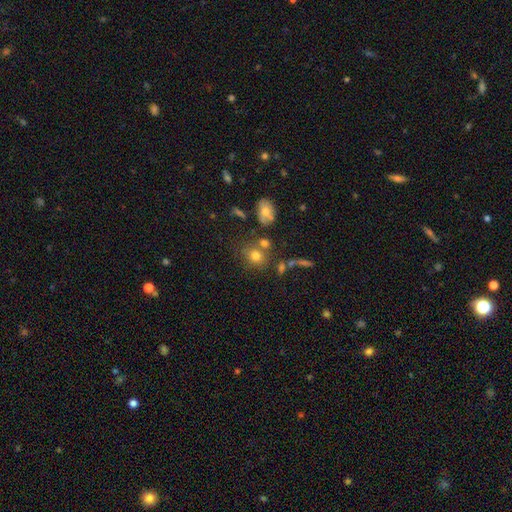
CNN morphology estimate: type=smooth (73%); roundness=round (71%); merging=none (61%).